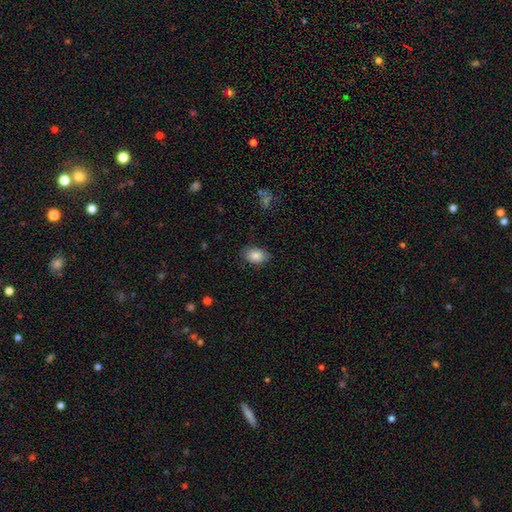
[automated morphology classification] Smooth or featured? Predicted: smooth (p=0.87). How rounded? Predicted: in between (p=0.83). Merging? Predicted: none (p=0.79).